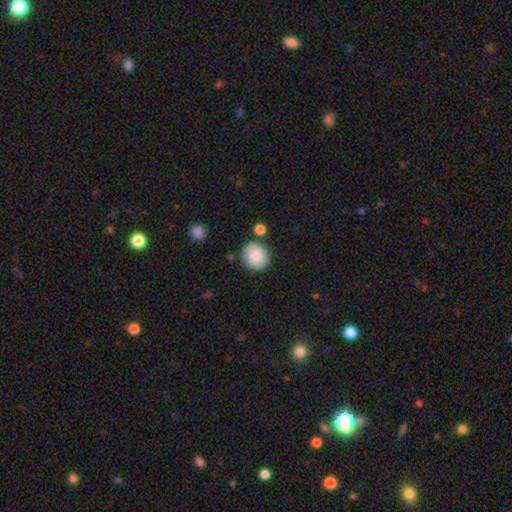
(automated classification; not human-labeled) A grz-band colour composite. It shows a smooth galaxy with no disk features (77%) that is round (71%). Merging: none (77%).